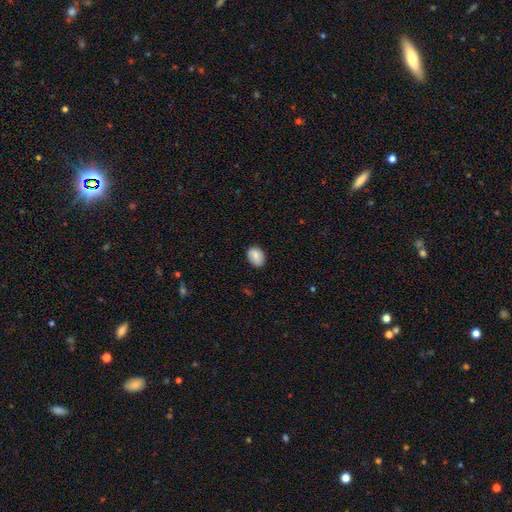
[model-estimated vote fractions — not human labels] This is clearly a smooth galaxy (82%). How rounded: likely in between (67%). Merging: clearly none (83%).